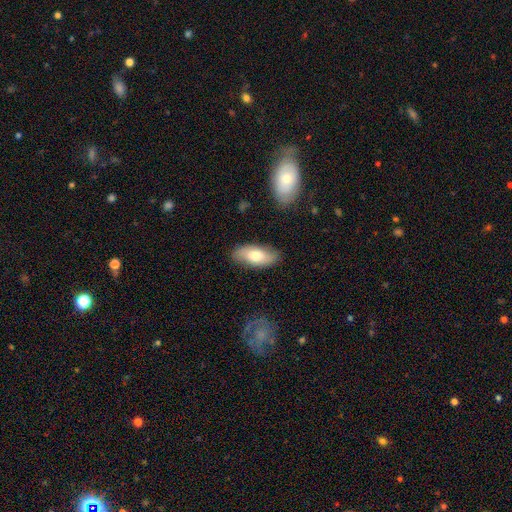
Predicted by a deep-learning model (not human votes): This appears to be a smooth galaxy with no disk features (70%) that is in between round and cigar-shaped (88%). Merging: none (84%).